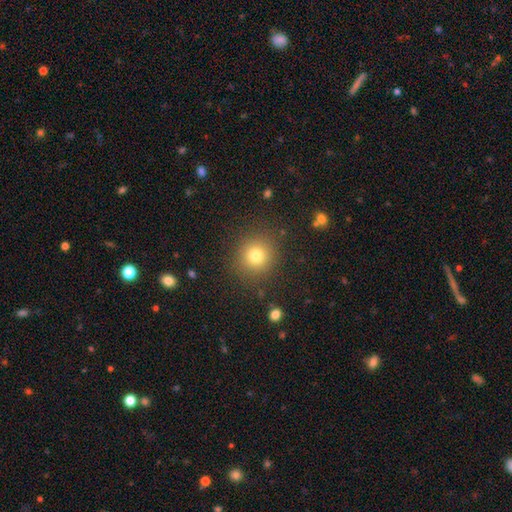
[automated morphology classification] type=smooth (77%); roundness=round (91%); merging=none (88%).